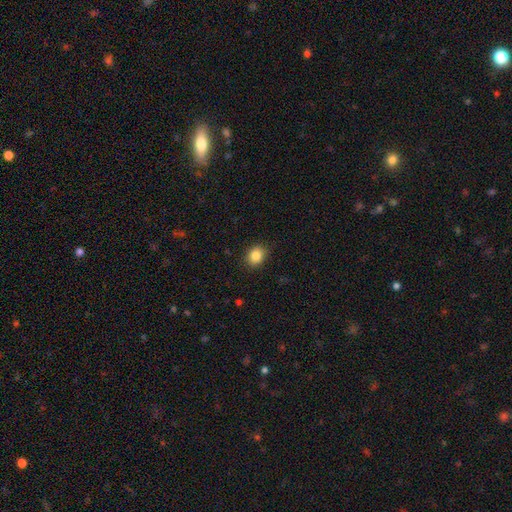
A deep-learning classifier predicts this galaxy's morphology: Smooth or featured: smooth — 85% (star or artifact — 10%)
How rounded: round — 53% (in between — 46%)
Merging: none — 88% (minor disturbance — 9%)